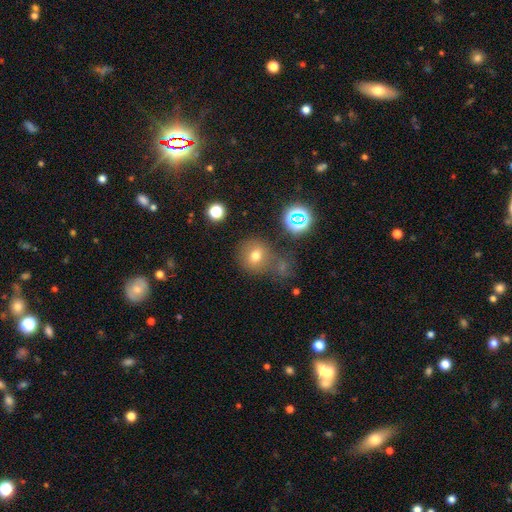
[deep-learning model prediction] smooth-or-featured: smooth: 69% | star or artifact: 18% | featured or disk: 13%
  how-rounded: round: 81% | in between: 17% | cigar-shaped: 1%
  merging: none: 57% | merger: 18% | minor disturbance: 16% | major disturbance: 9%